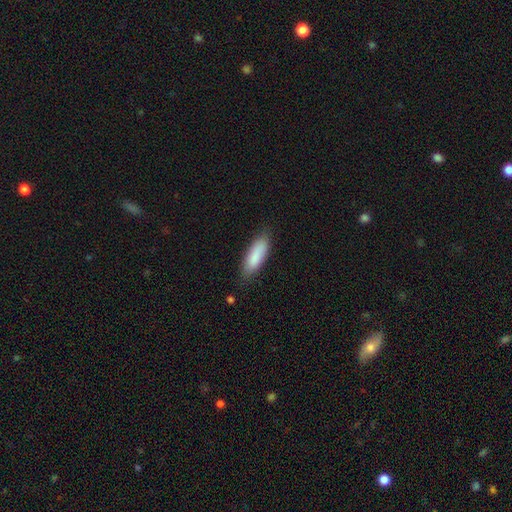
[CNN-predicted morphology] A smooth galaxy with no disk features (87%) that is in between round and cigar-shaped (58%).

Vote fractions:
- Smooth or featured? smooth: 87% / featured or disk: 8% / star or artifact: 6%
- How rounded? in between: 58% / cigar-shaped: 41% / round: 2%
- Merging? none: 80% / minor disturbance: 15% / major disturbance: 3% / merger: 1%